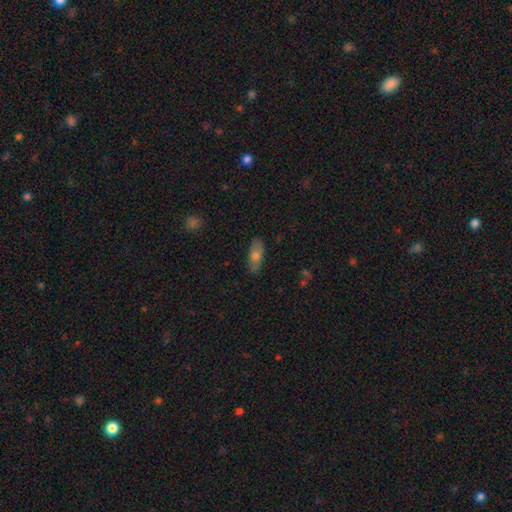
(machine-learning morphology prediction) Overall: smooth (67%). How rounded: in between (72%). Merging: none (85%).